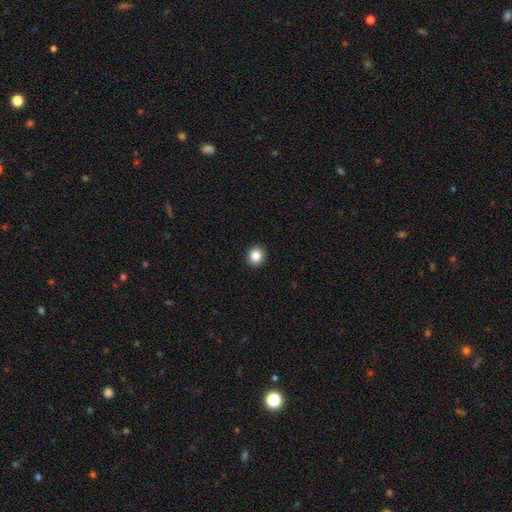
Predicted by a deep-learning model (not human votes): Q: Smooth or featured?
A: smooth (85%); runner-up: star or artifact (10%)
Q: How rounded?
A: round (85%); runner-up: in between (14%)
Q: Merging?
A: none (93%); runner-up: minor disturbance (5%)